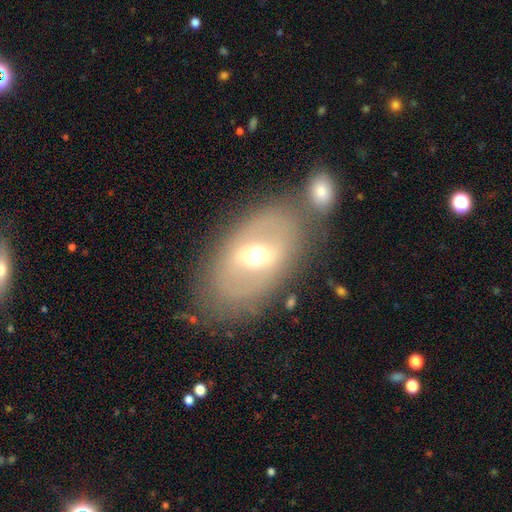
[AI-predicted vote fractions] Overall: featured or disk (62%; smooth 31%). Edge-on disk: no (88%). Bar: strong (43%; weak 40%). Spiral arms: no (70%; yes 30%). Bulge size: moderate (72%). Merging: none (67%).